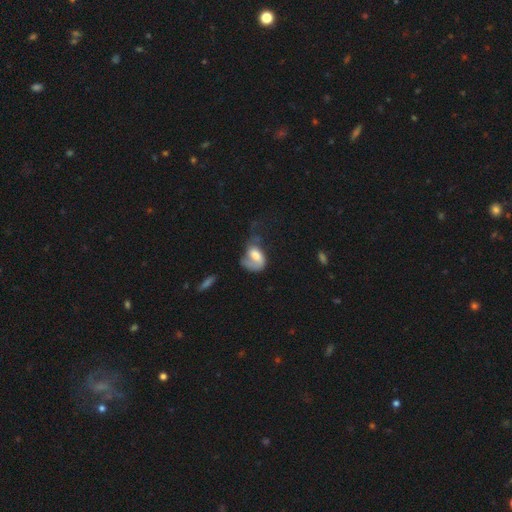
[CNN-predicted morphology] Smooth or featured?
  - featured or disk: 47% *
  - smooth: 45%
  - star or artifact: 8%
Merging?
  - major disturbance: 51% *
  - none: 23%
  - minor disturbance: 21%
  - merger: 5%